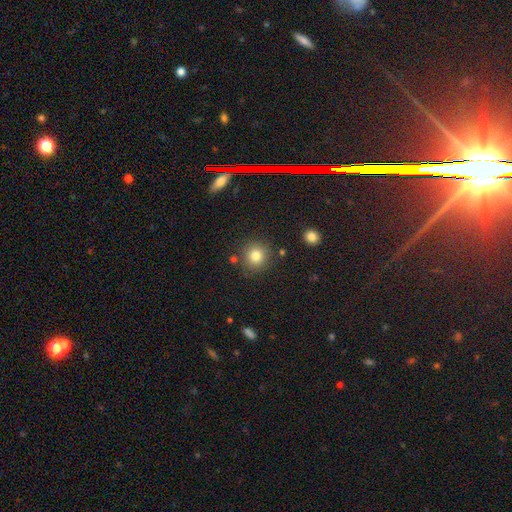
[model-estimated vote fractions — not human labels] Smooth or featured? Predicted: smooth (p=0.81). How rounded? Predicted: round (p=0.91). Merging? Predicted: none (p=0.85).